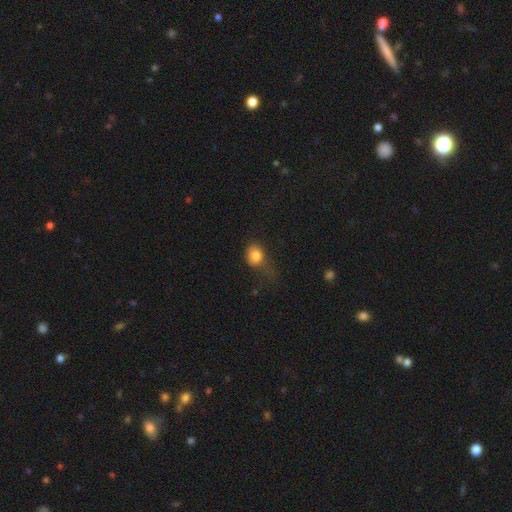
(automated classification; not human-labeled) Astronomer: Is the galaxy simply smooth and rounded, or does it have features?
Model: smooth — 81%.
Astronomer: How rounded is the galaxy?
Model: round — 58% (runner-up: in between, 41%).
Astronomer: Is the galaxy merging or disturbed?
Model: none — 34% (runner-up: minor disturbance, 33%).